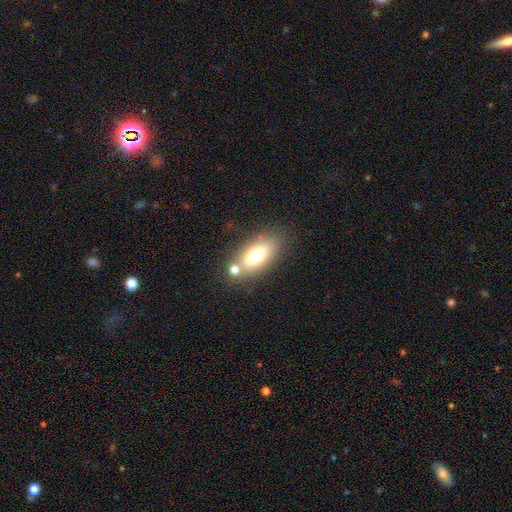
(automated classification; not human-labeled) Q: Smooth or featured?
A: smooth (71%); runner-up: featured or disk (19%)
Q: How rounded?
A: in between (83%); runner-up: cigar-shaped (12%)
Q: Merging?
A: none (65%); runner-up: merger (18%)